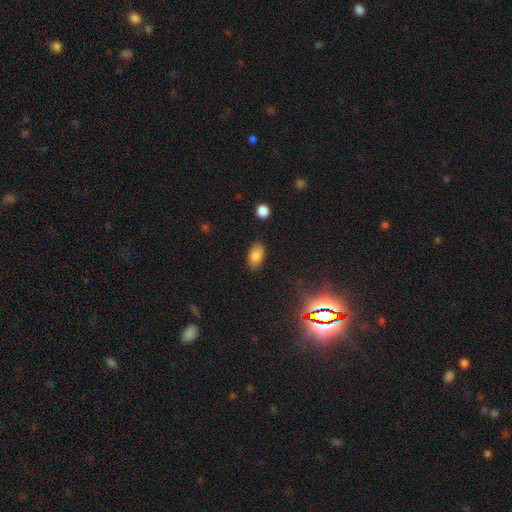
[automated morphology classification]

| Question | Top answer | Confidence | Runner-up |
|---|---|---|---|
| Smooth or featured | smooth | 81% | star or artifact (10%) |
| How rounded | in between | 92% | round (6%) |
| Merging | none | 82% | minor disturbance (14%) |